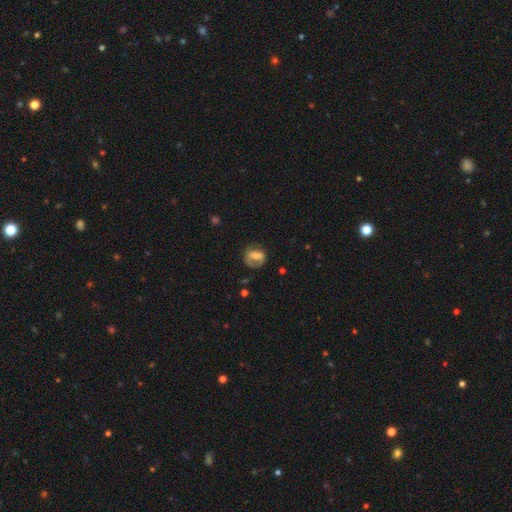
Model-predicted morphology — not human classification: A smooth galaxy with no disk features (49%). Merging: none (57%).